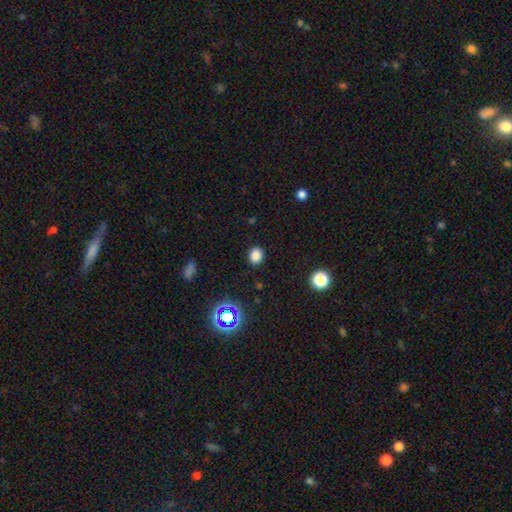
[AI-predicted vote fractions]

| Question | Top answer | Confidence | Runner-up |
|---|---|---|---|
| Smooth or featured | smooth | 82% | star or artifact (14%) |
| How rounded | round | 61% | in between (38%) |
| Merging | none | 88% | minor disturbance (8%) |